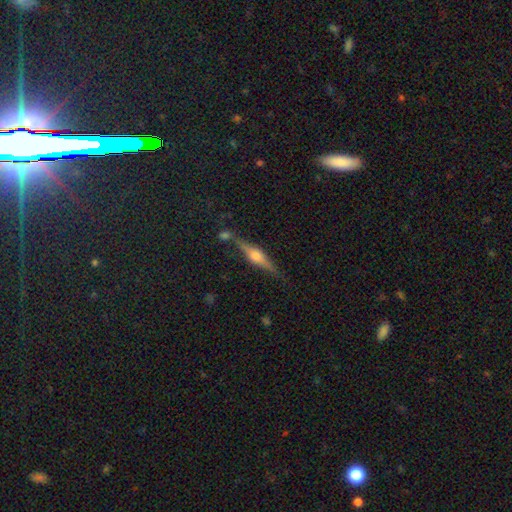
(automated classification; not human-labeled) A featured or disk galaxy (79%) viewed edge-on (97%) with a rounded central bulge (91%). Merging: none (80%).